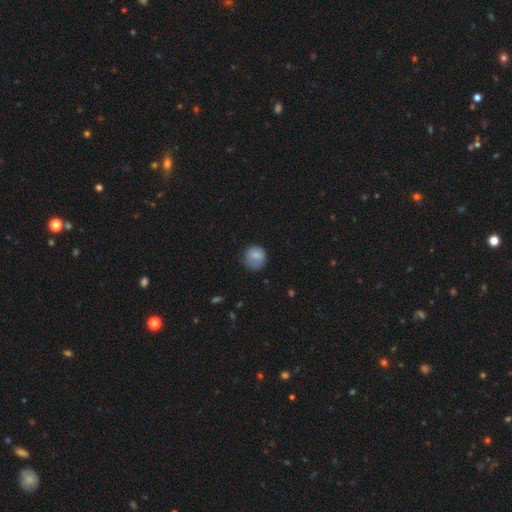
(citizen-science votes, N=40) smooth 88%, featured or disk 8%, star or artifact 5%. Down the decision tree: how rounded — round (71%); merging — none (79%).